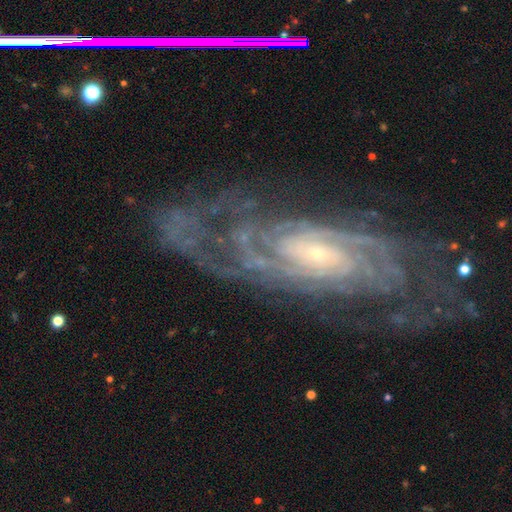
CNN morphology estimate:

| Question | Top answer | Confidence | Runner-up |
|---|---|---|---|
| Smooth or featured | featured or disk | 88% | star or artifact (7%) |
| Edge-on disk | no | 94% | yes (6%) |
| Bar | no | 59% | weak (28%) |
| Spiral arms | yes | 97% | no (3%) |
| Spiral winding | tight | 68% | medium (26%) |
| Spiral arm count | can't tell | 27% | 2 (22%) |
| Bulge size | small | 74% | moderate (21%) |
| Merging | none | 64% | minor disturbance (18%) |